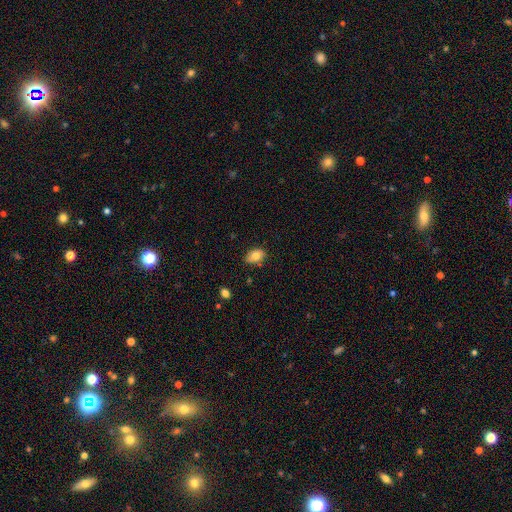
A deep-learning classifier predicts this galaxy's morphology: This is likely a smooth galaxy (79%). How rounded: clearly in between (84%). Merging: likely none (77%).